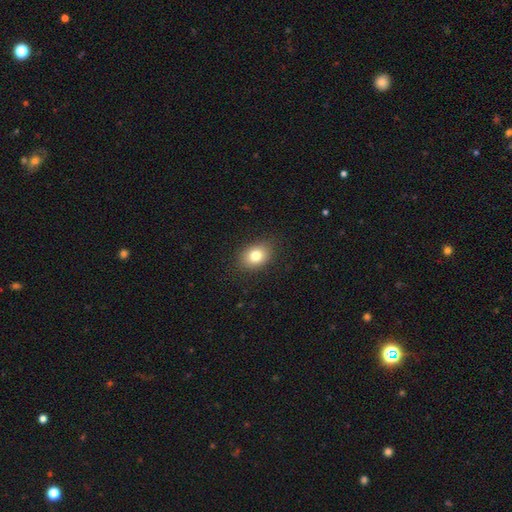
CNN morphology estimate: The model was most divided on "how rounded": in between: 66%, round: 33%, cigar-shaped: 1%. More confident: merging — none (87%); smooth or featured — smooth (79%).